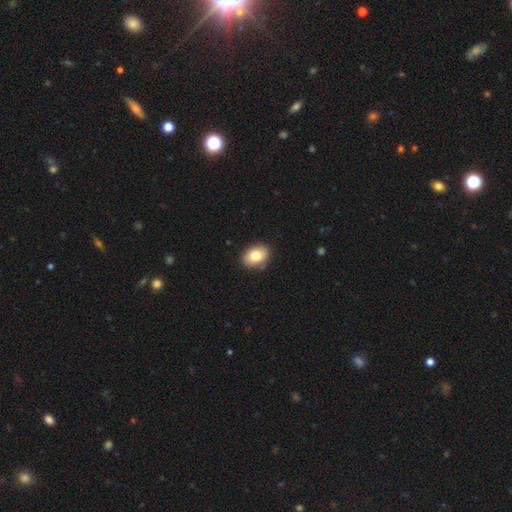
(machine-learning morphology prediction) smooth-or-featured: smooth: 81% | featured or disk: 11% | star or artifact: 8%
  how-rounded: in between: 73% | round: 26% | cigar-shaped: 1%
  merging: none: 87% | minor disturbance: 10% | major disturbance: 2% | merger: 1%